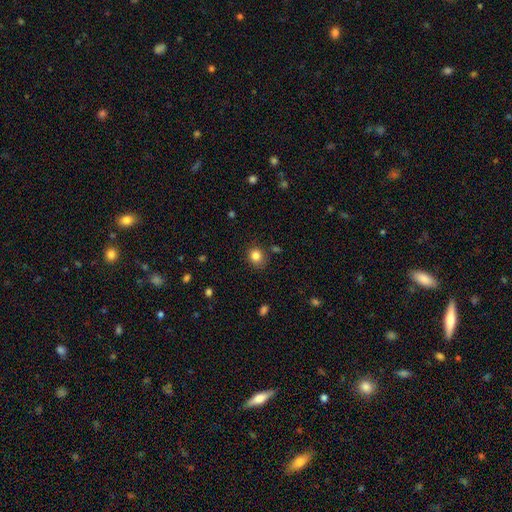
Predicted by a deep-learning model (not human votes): Smooth or featured? Predicted: smooth (p=0.83). How rounded? Predicted: round (p=0.72). Merging? Predicted: none (p=0.78).